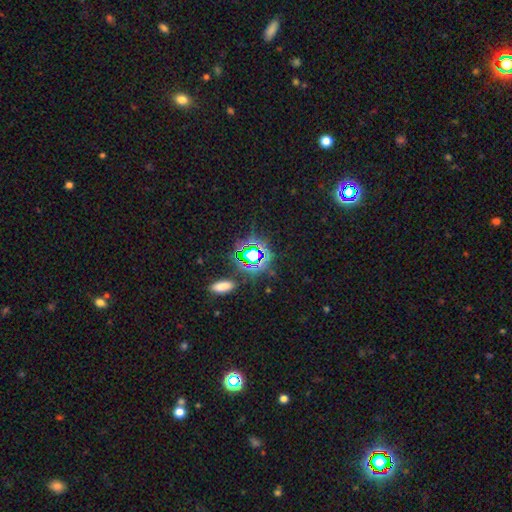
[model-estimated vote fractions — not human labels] Overall: star or artifact (71%).